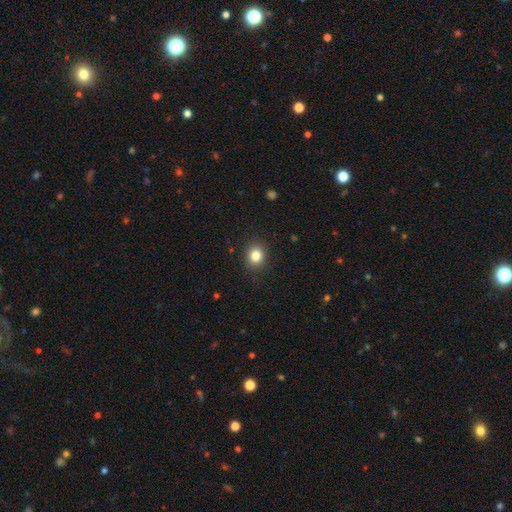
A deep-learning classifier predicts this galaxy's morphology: smooth-or-featured: smooth: 83% | star or artifact: 11% | featured or disk: 6%
  how-rounded: round: 70% | in between: 29% | cigar-shaped: 1%
  merging: none: 89% | minor disturbance: 8% | major disturbance: 2% | merger: 1%